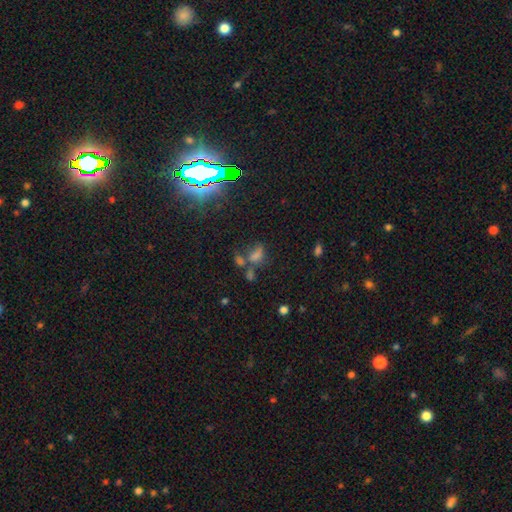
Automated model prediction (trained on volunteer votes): A smooth galaxy with no disk features (46%). Merging: none (43%).